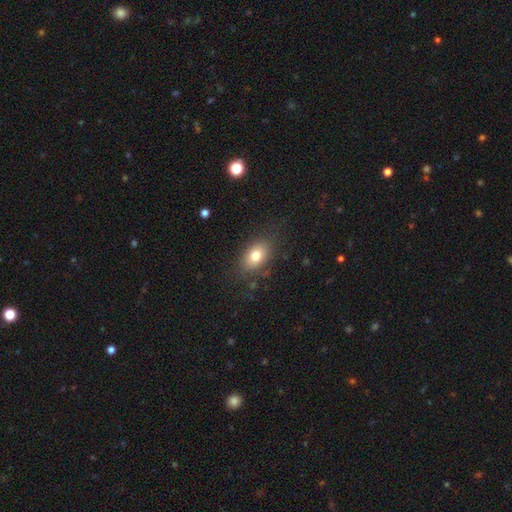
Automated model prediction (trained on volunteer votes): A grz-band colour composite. It shows a smooth galaxy with no disk features (78%) that is in between round and cigar-shaped (84%). Merging: none (81%).